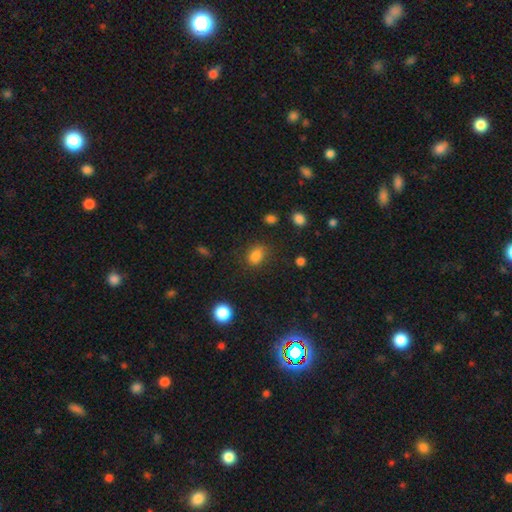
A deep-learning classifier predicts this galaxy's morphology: A smooth galaxy with no disk features (83%) that is in between round and cigar-shaped (73%).

Vote fractions:
- Smooth or featured? smooth: 83% / star or artifact: 12% / featured or disk: 5%
- How rounded? in between: 73% / round: 25% / cigar-shaped: 2%
- Merging? none: 75% / minor disturbance: 17% / major disturbance: 6% / merger: 3%